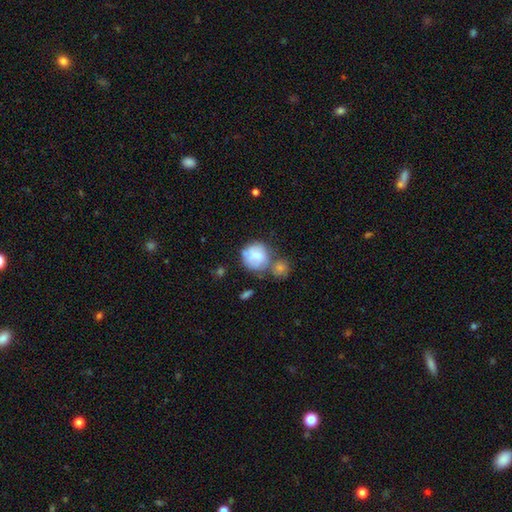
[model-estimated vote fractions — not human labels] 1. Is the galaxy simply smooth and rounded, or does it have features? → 67% smooth, 25% featured or disk, 8% star or artifact.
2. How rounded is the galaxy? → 80% round, 18% in between, 1% cigar-shaped.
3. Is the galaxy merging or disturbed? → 37% none, 32% merger, 20% minor disturbance, 11% major disturbance.